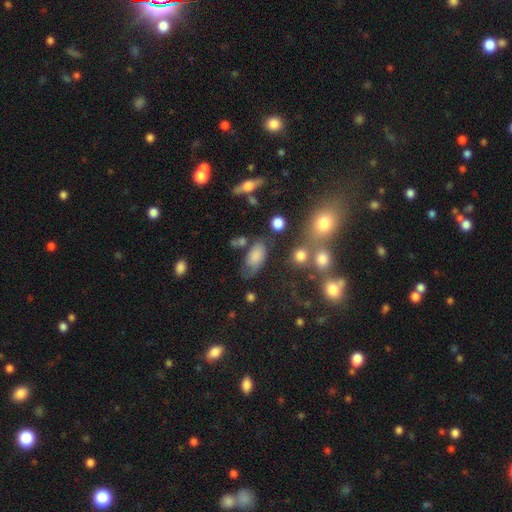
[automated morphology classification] Q: Smooth or featured?
A: smooth (71%); runner-up: featured or disk (18%)
Q: How rounded?
A: in between (90%); runner-up: round (6%)
Q: Merging?
A: none (52%); runner-up: minor disturbance (27%)